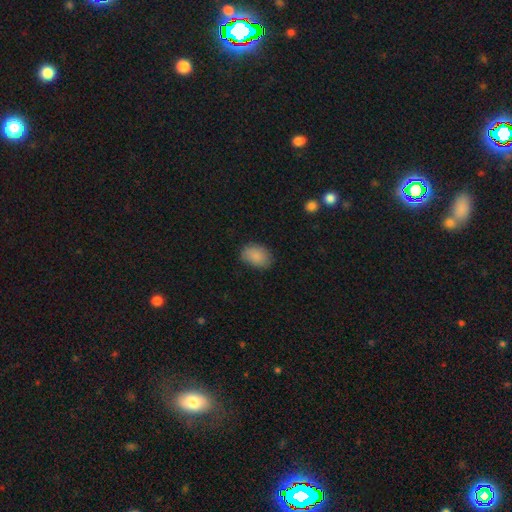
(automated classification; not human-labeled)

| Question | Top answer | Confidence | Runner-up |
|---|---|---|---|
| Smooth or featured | smooth | 87% | star or artifact (7%) |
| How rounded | in between | 80% | round (19%) |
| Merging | none | 79% | minor disturbance (16%) |